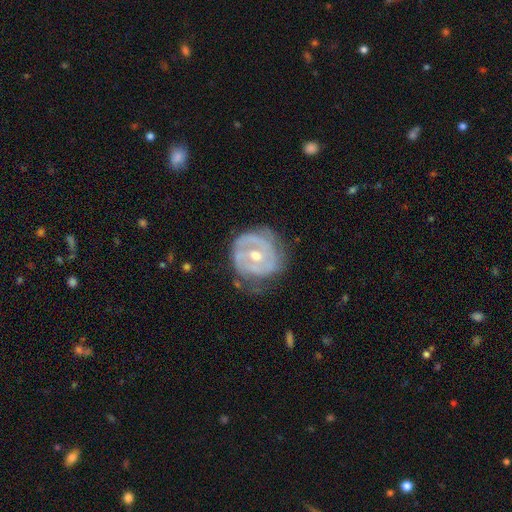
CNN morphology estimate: Q: Smooth or featured?
A: featured or disk (81%); runner-up: smooth (13%)
Q: Edge-on disk?
A: no (97%); runner-up: yes (3%)
Q: Bar?
A: no (54%); runner-up: weak (33%)
Q: Spiral arms?
A: yes (81%); runner-up: no (19%)
Q: Spiral winding?
A: tight (64%); runner-up: medium (27%)
Q: Spiral arm count?
A: 2 (38%); runner-up: can't tell (33%)
Q: Bulge size?
A: moderate (61%); runner-up: small (36%)
Q: Merging?
A: none (60%); runner-up: minor disturbance (26%)